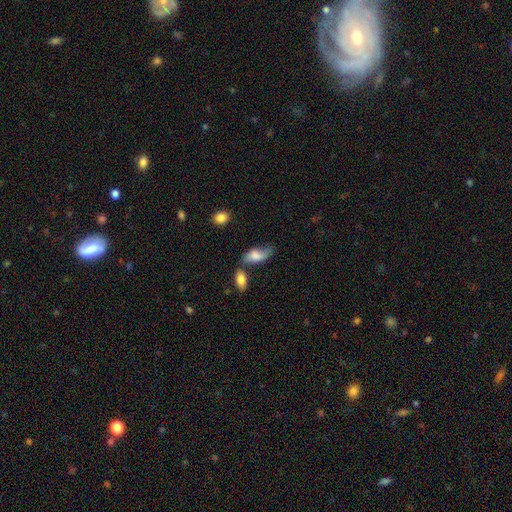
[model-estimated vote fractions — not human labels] Smooth or featured? Predicted: smooth (p=0.69). How rounded? Predicted: in between (p=0.87). Merging? Predicted: none (p=0.44).